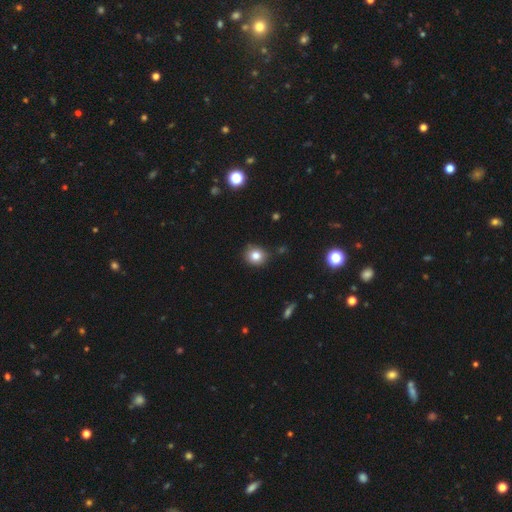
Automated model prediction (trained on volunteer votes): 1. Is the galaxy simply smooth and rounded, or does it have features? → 81% smooth, 12% star or artifact, 8% featured or disk.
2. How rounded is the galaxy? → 83% round, 16% in between, 1% cigar-shaped.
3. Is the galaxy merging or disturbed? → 84% none, 12% minor disturbance, 2% major disturbance, 2% merger.